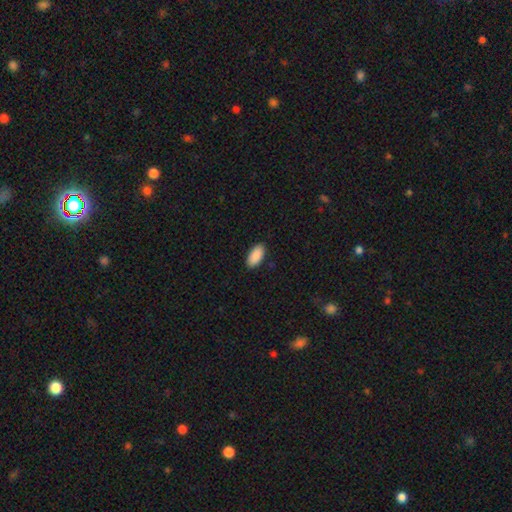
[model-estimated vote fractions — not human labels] Q: Smooth or featured?
A: smooth (91%); runner-up: star or artifact (6%)
Q: How rounded?
A: in between (94%); runner-up: cigar-shaped (4%)
Q: Merging?
A: none (89%); runner-up: minor disturbance (8%)